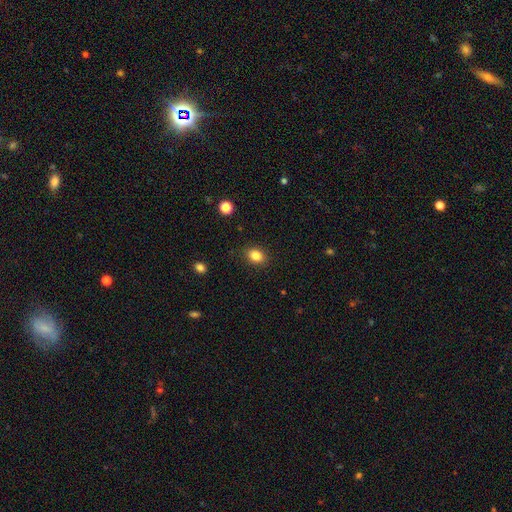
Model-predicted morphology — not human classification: Smooth or featured? smooth (84%)
How rounded? in between (59%)
Merging? none (88%)